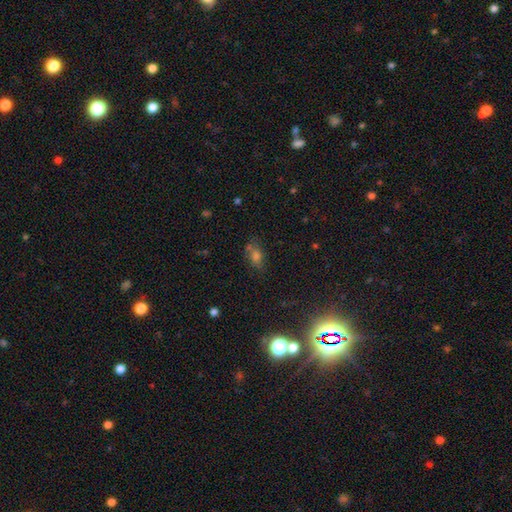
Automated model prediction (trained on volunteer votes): Smooth or featured? smooth (48%)
Merging? none (61%)